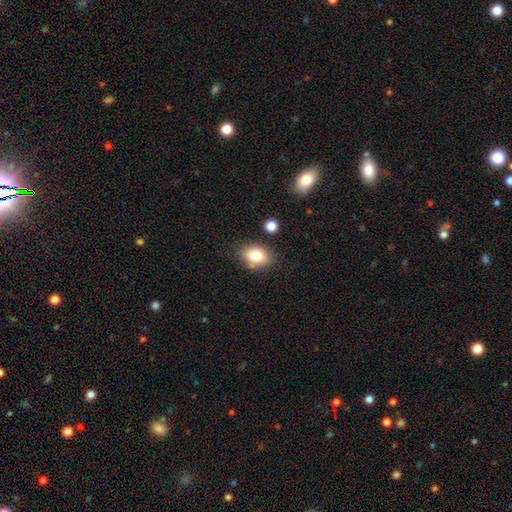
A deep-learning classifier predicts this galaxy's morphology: Q: Smooth or featured?
A: smooth (80%); runner-up: featured or disk (10%)
Q: How rounded?
A: in between (72%); runner-up: round (27%)
Q: Merging?
A: none (78%); runner-up: minor disturbance (13%)